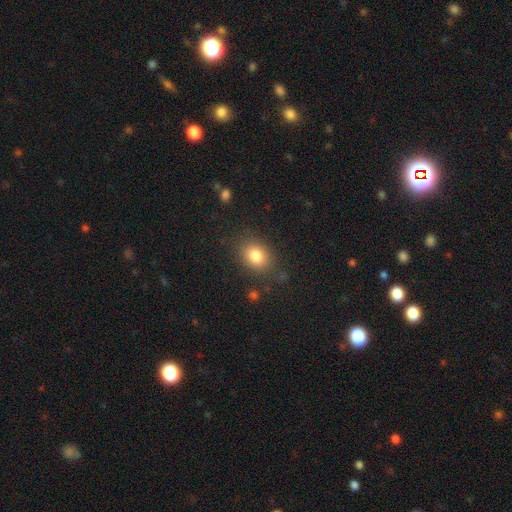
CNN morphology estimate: A smooth galaxy with no disk features (82%) that is in between round and cigar-shaped (59%).

Vote fractions:
- Smooth or featured? smooth: 82% / star or artifact: 10% / featured or disk: 8%
- How rounded? in between: 59% / round: 40% / cigar-shaped: 1%
- Merging? none: 81% / minor disturbance: 12% / major disturbance: 4% / merger: 2%